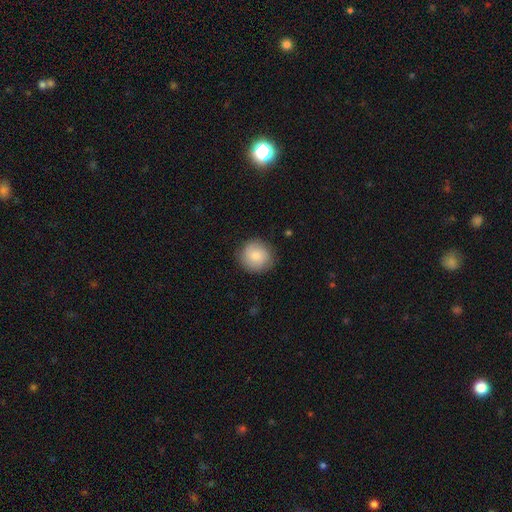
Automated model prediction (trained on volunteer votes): Morphology: type=smooth (78%); roundness=round (91%); merging=none (86%).